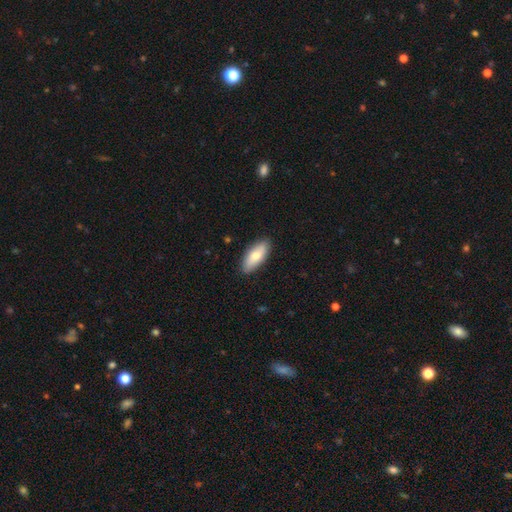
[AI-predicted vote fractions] Smooth or featured? Predicted: smooth (p=0.75). How rounded? Predicted: in between (p=0.82). Merging? Predicted: none (p=0.88).